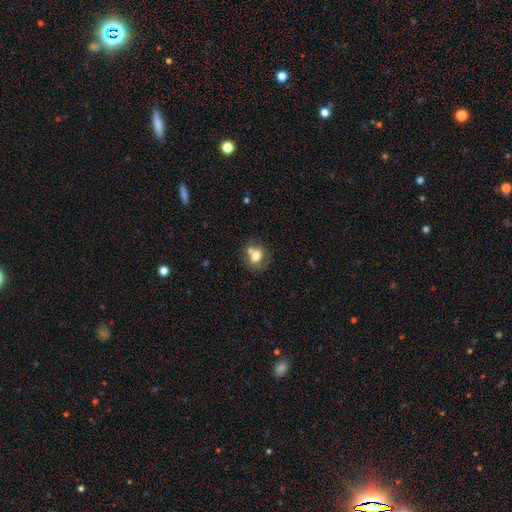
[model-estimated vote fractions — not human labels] This is likely a smooth galaxy (69%). How rounded: likely round (66%). Merging: possibly none (49%).